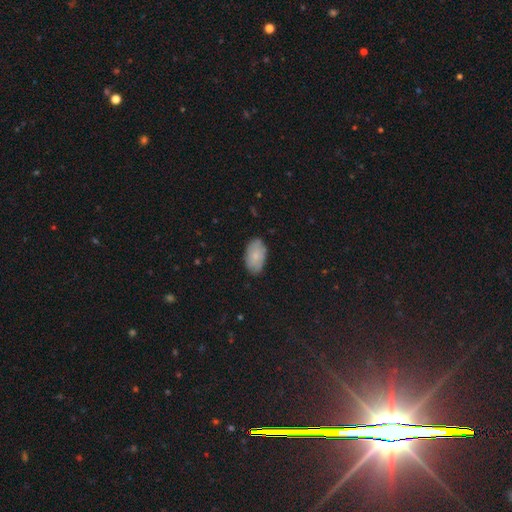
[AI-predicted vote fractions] Overall: smooth (79%). How rounded: in between (94%). Merging: none (81%).